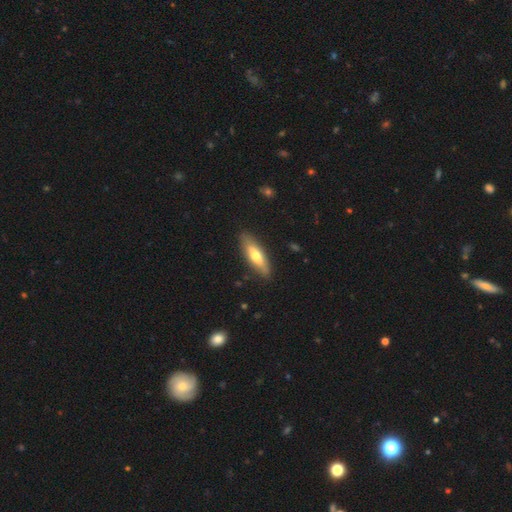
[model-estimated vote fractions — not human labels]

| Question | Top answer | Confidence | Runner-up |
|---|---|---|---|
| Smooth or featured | smooth | 58% | featured or disk (37%) |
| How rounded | cigar-shaped | 55% | in between (43%) |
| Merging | none | 86% | minor disturbance (11%) |